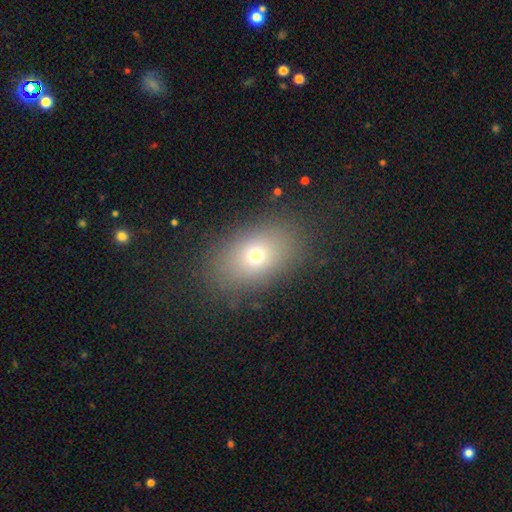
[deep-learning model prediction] A smooth galaxy with no disk features (69%) that is in between round and cigar-shaped (79%).

Vote fractions:
- Smooth or featured? smooth: 69% / featured or disk: 16% / star or artifact: 15%
- How rounded? in between: 79% / round: 19% / cigar-shaped: 2%
- Merging? none: 85% / minor disturbance: 9% / major disturbance: 4% / merger: 1%